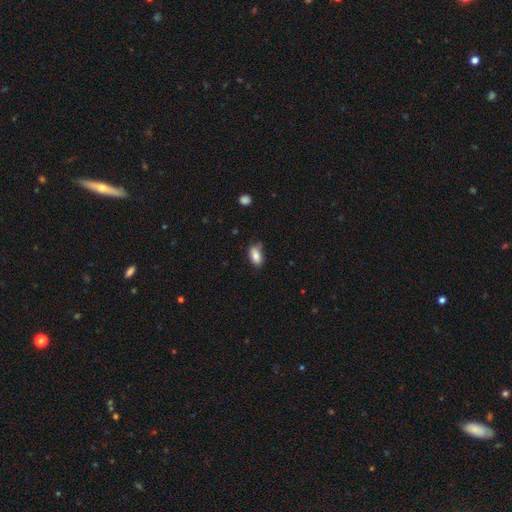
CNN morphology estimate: The model was most divided on "merging": none: 61%, minor disturbance: 30%, major disturbance: 6%, merger: 3%. More confident: how rounded — in between (91%); smooth or featured — smooth (85%).